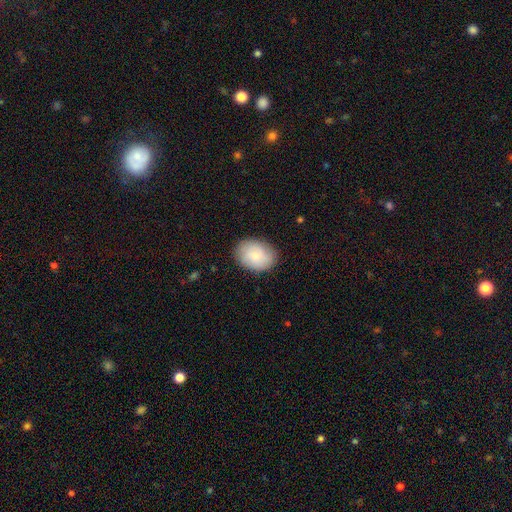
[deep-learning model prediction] A smooth galaxy with no disk features (82%) that is in between round and cigar-shaped (76%).

Vote fractions:
- Smooth or featured? smooth: 82% / featured or disk: 12% / star or artifact: 6%
- How rounded? in between: 76% / round: 23% / cigar-shaped: 1%
- Merging? none: 85% / minor disturbance: 12% / major disturbance: 3% / merger: 1%